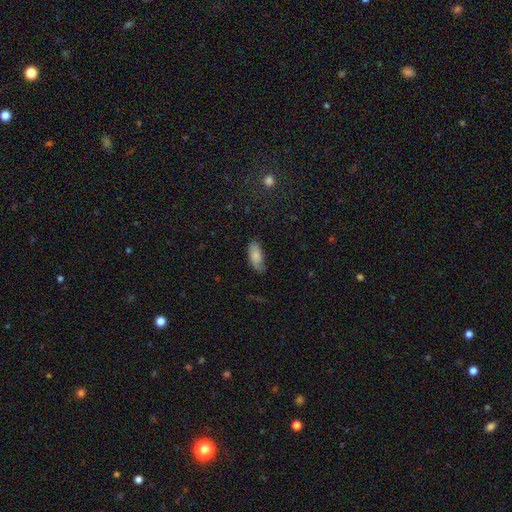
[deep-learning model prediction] Smooth or featured?
  - smooth: 75% *
  - featured or disk: 17%
  - star or artifact: 7%
How rounded?
  - in between: 83% *
  - cigar-shaped: 15%
  - round: 2%
Merging?
  - none: 65% *
  - minor disturbance: 27%
  - major disturbance: 7%
  - merger: 2%